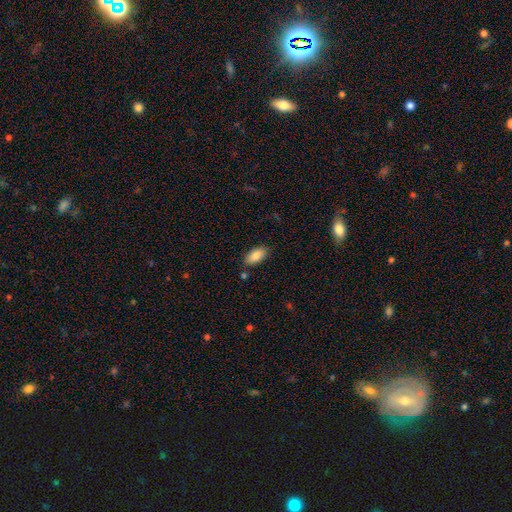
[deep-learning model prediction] This appears to be a smooth galaxy with no disk features (87%) that is in between round and cigar-shaped (93%). Merging: none (83%).